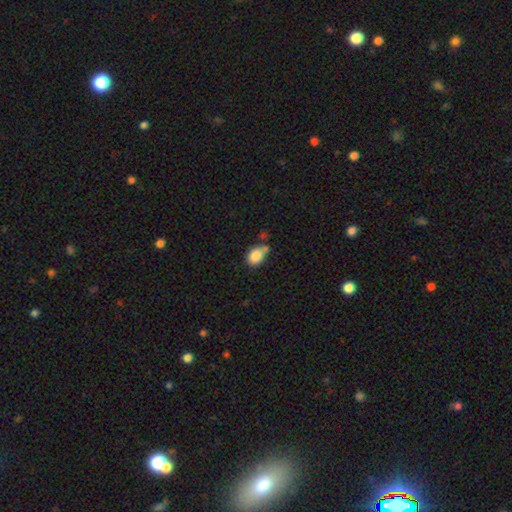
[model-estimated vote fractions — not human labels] Smooth or featured? Predicted: smooth (p=0.85). How rounded? Predicted: in between (p=0.71). Merging? Predicted: none (p=0.51).